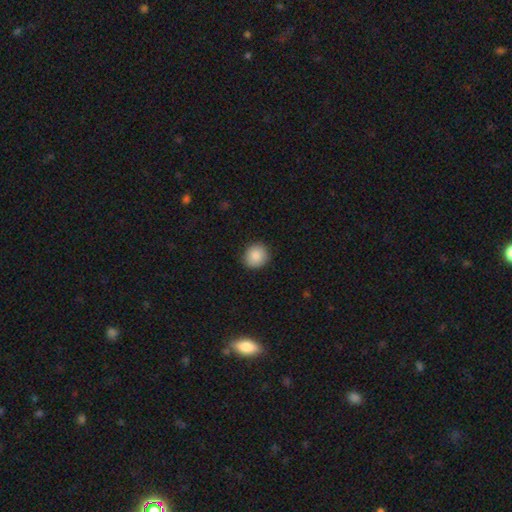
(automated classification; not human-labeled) Morphology: type=smooth (87%); roundness=round (88%); merging=none (88%).